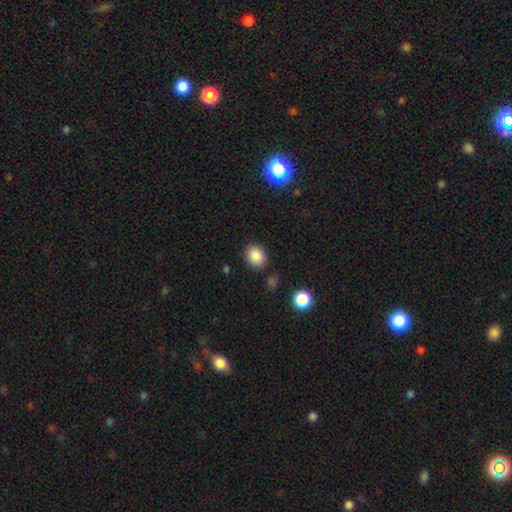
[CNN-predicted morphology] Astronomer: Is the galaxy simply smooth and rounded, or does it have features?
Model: smooth — 87%.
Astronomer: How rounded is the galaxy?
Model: round — 57% (runner-up: in between, 42%).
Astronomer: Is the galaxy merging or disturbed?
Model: none — 83%.